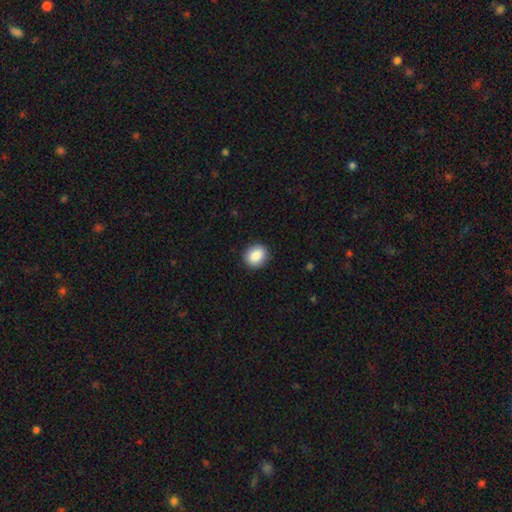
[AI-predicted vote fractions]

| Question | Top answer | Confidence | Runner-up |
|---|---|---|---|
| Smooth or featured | smooth | 88% | star or artifact (8%) |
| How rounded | round | 67% | in between (32%) |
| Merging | none | 89% | minor disturbance (8%) |